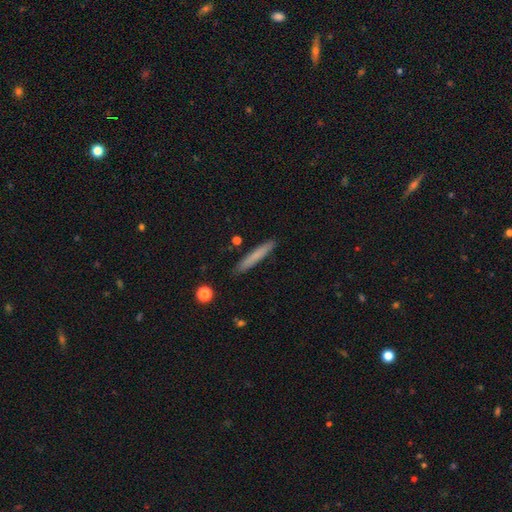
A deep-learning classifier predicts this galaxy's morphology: smooth-or-featured: smooth: 73% | featured or disk: 21% | star or artifact: 7%
  how-rounded: cigar-shaped: 95% | in between: 4% | round: 1%
  merging: none: 89% | minor disturbance: 7% | merger: 2% | major disturbance: 2%